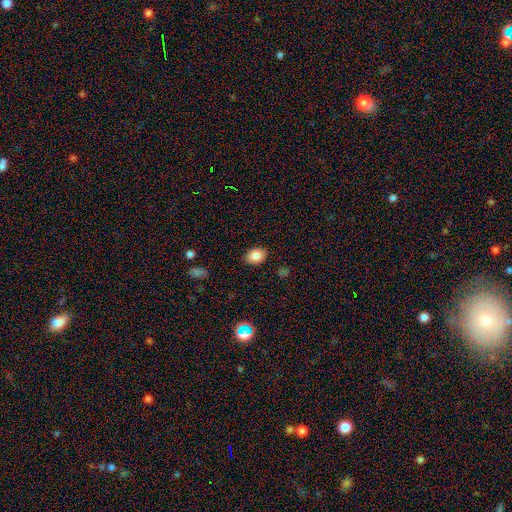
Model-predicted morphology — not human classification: Smooth or featured: smooth — 85% (star or artifact — 9%)
How rounded: in between — 77% (round — 22%)
Merging: none — 86% (minor disturbance — 10%)